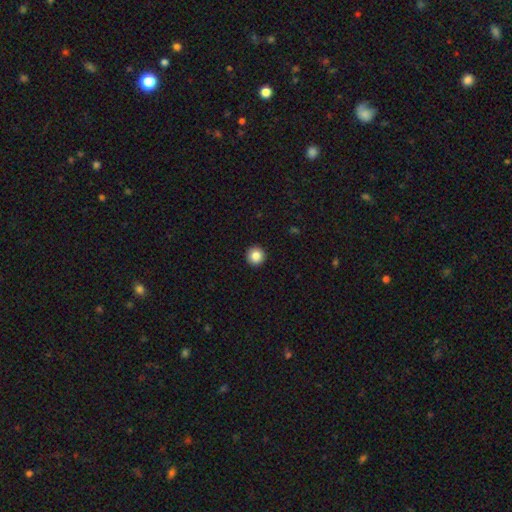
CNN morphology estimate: A smooth galaxy with no disk features (86%) that is round (96%).

Vote fractions:
- Smooth or featured? smooth: 86% / star or artifact: 9% / featured or disk: 5%
- How rounded? round: 96% / in between: 3% / cigar-shaped: 1%
- Merging? none: 94% / minor disturbance: 4% / major disturbance: 1% / merger: 1%